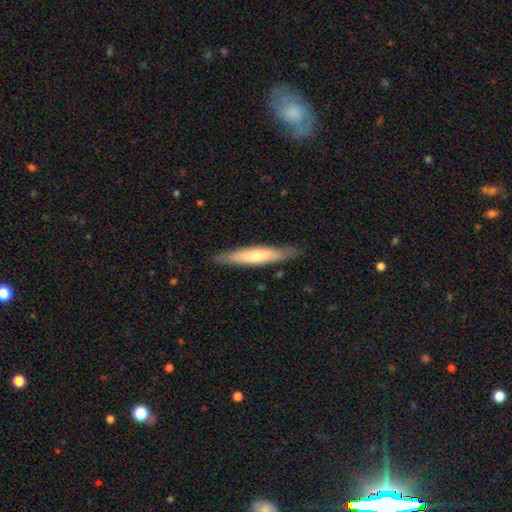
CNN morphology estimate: Smooth or featured? Predicted: smooth (p=0.59). How rounded? Predicted: cigar-shaped (p=0.90). Merging? Predicted: none (p=0.87).